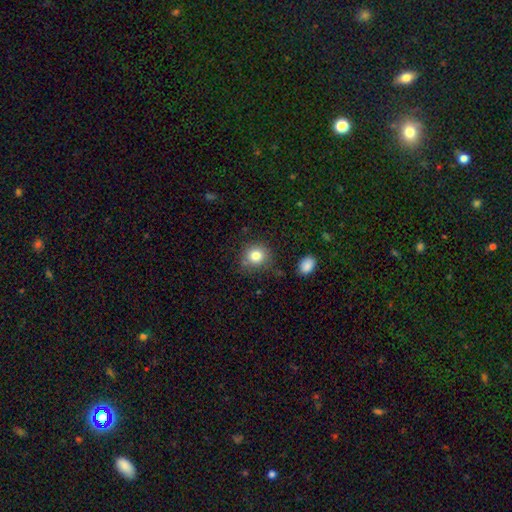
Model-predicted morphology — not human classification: Q: Smooth or featured?
A: smooth (81%); runner-up: star or artifact (11%)
Q: How rounded?
A: round (87%); runner-up: in between (12%)
Q: Merging?
A: none (76%); runner-up: minor disturbance (15%)